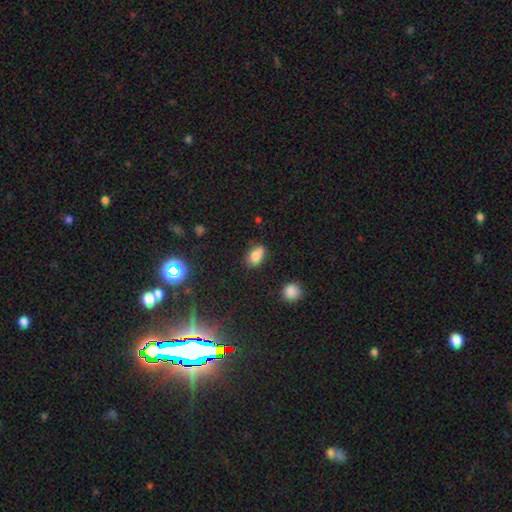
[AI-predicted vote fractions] smooth-or-featured: smooth: 79% | star or artifact: 11% | featured or disk: 10%
  how-rounded: in between: 80% | round: 18% | cigar-shaped: 2%
  merging: none: 60% | minor disturbance: 20% | merger: 15% | major disturbance: 5%